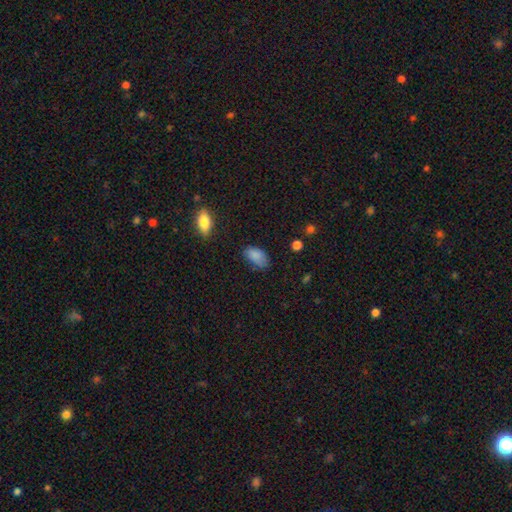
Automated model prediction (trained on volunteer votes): Morphology: type=smooth (85%); roundness=in between (93%); merging=none (63%).